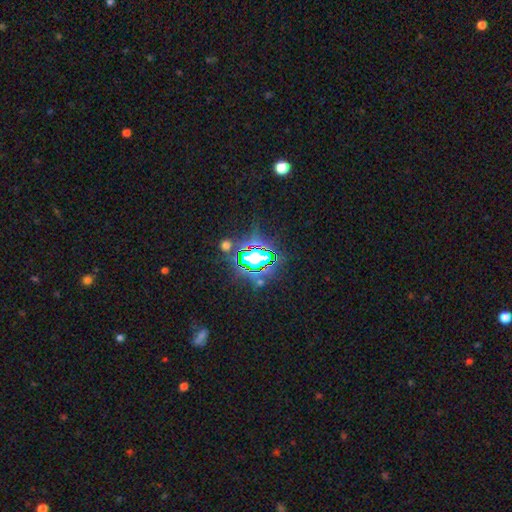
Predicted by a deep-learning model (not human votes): star or artifact 70%, smooth 18%, featured or disk 11%.